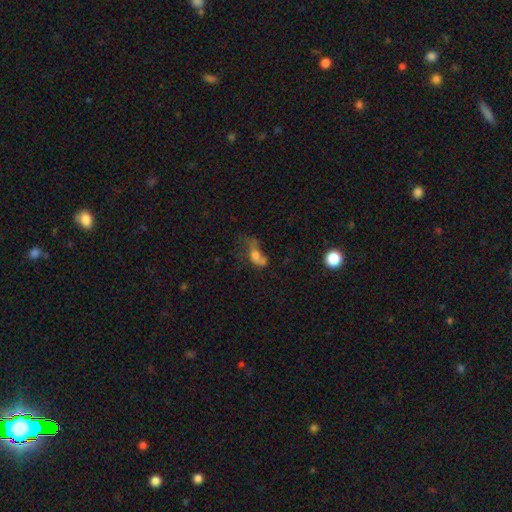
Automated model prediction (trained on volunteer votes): smooth_or_featured: smooth (p=0.54) [alt: featured or disk p=0.29]
how_rounded: in between (p=0.78) [alt: round p=0.13]
merging: major disturbance (p=0.42) [alt: merger p=0.22]